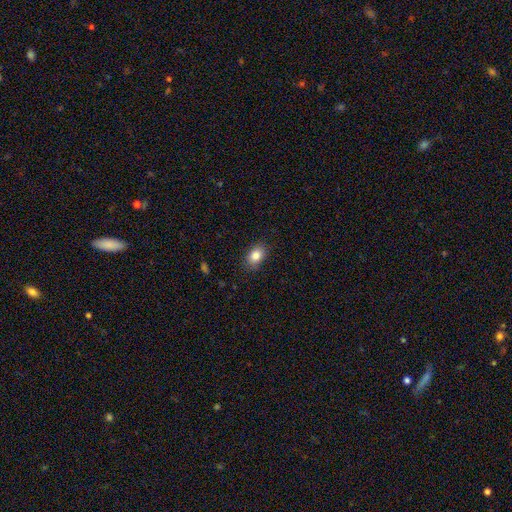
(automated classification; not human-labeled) A smooth galaxy with no disk features (84%) that is in between round and cigar-shaped (80%). Merging: none (86%).